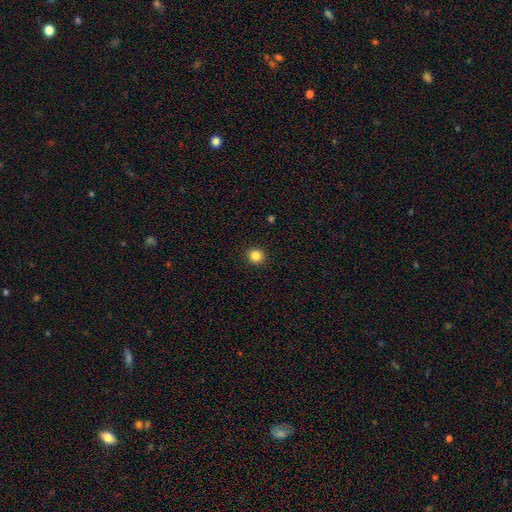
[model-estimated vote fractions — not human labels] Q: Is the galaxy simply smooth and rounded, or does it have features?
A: smooth — 85%.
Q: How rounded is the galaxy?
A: round — 91%.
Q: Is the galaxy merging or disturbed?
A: none — 93%.